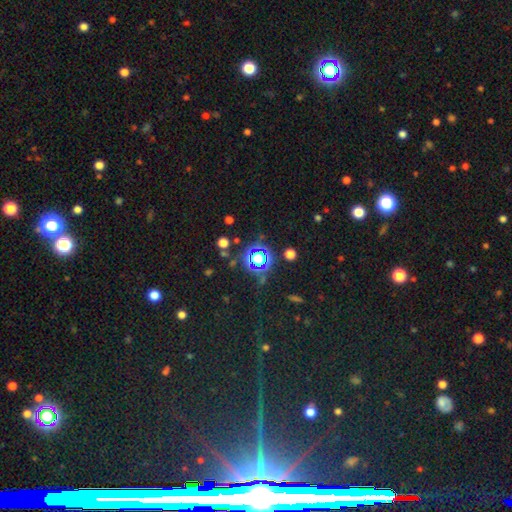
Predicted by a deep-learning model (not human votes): smooth-or-featured: star or artifact: 64% | smooth: 26% | featured or disk: 10%